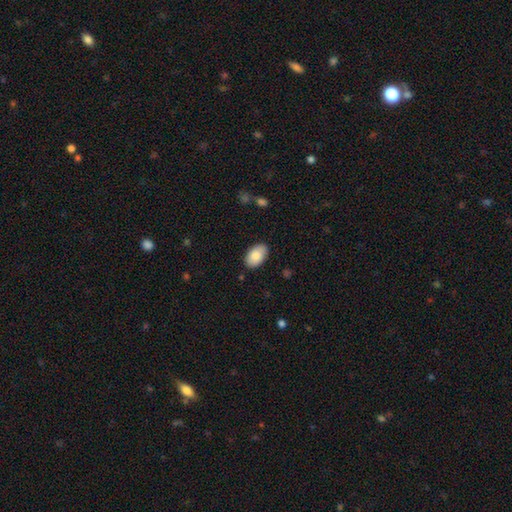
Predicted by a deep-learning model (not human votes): Smooth or featured? smooth (85%)
How rounded? in between (93%)
Merging? none (84%)